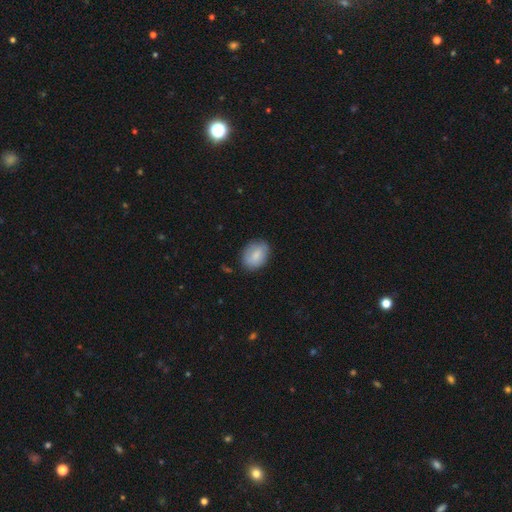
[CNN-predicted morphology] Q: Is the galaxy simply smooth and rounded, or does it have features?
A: smooth — 79%.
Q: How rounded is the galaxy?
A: in between — 69%.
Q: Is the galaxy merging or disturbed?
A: none — 78%.